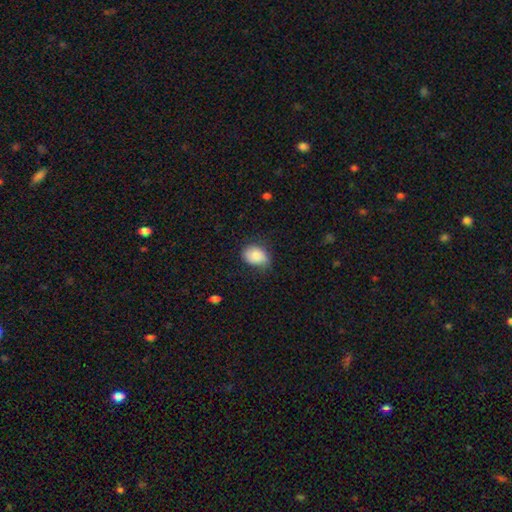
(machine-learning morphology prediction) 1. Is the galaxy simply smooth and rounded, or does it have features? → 85% smooth, 8% featured or disk, 7% star or artifact.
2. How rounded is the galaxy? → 75% in between, 24% round, 1% cigar-shaped.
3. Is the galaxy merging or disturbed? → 68% none, 25% minor disturbance, 6% major disturbance, 1% merger.